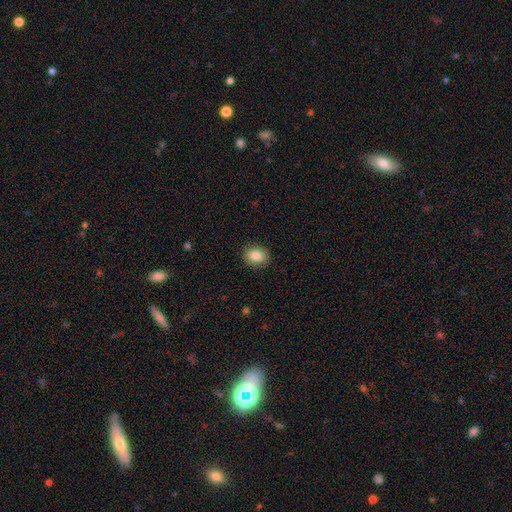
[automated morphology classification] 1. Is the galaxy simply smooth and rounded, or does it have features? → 85% smooth, 8% star or artifact, 7% featured or disk.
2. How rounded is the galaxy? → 54% in between, 45% round, 1% cigar-shaped.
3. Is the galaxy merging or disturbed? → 88% none, 8% minor disturbance, 2% major disturbance, 1% merger.